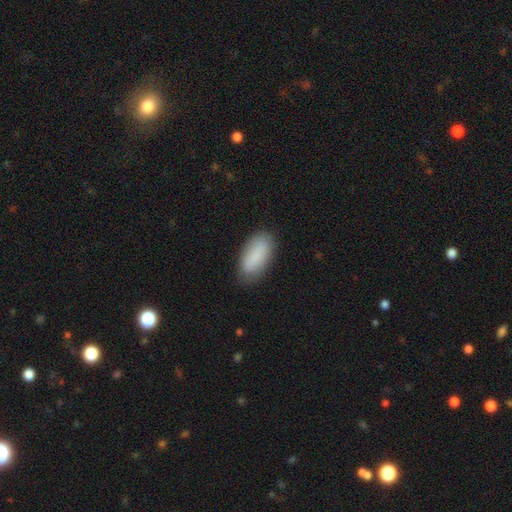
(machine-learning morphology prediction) Smooth or featured? smooth (86%)
How rounded? in between (88%)
Merging? none (80%)